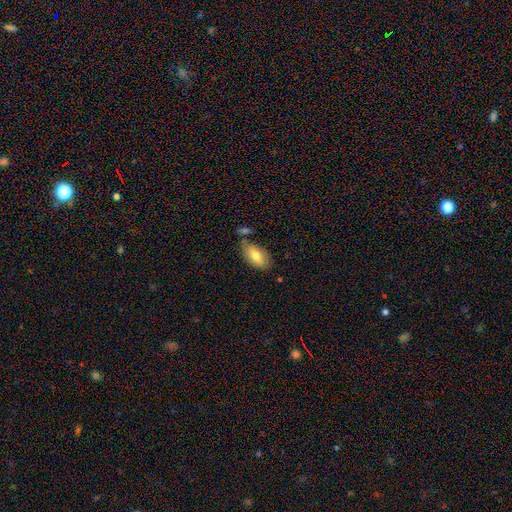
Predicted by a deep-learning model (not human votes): This appears to be a smooth galaxy with no disk features (75%) that is in between round and cigar-shaped (92%). Merging: none (70%).